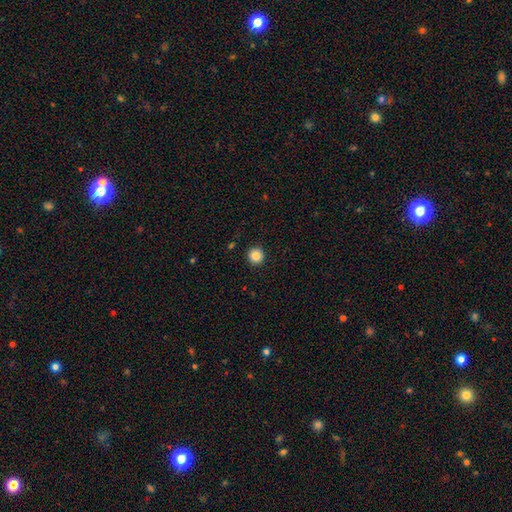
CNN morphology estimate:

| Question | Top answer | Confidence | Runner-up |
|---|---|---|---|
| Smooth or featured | smooth | 87% | star or artifact (10%) |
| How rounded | round | 95% | in between (4%) |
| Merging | none | 92% | minor disturbance (5%) |